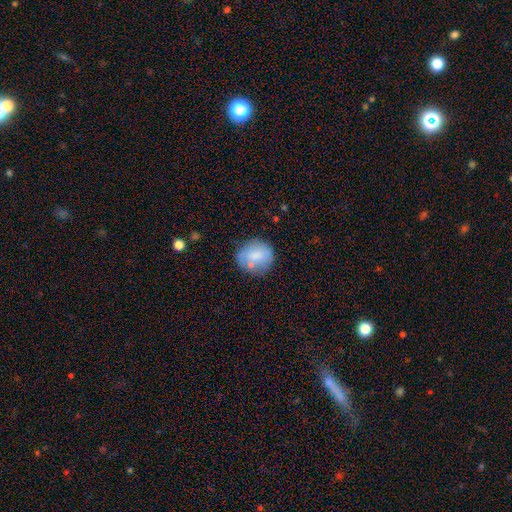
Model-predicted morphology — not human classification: A smooth galaxy with no disk features (73%) that is round (80%).

Vote fractions:
- Smooth or featured? smooth: 73% / featured or disk: 19% / star or artifact: 8%
- How rounded? round: 80% / in between: 19% / cigar-shaped: 1%
- Merging? none: 65% / minor disturbance: 21% / merger: 8% / major disturbance: 7%